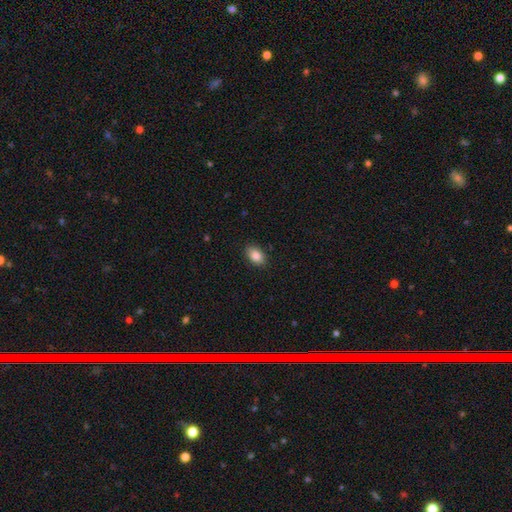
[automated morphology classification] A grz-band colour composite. It shows a smooth galaxy with no disk features (86%) that is in between round and cigar-shaped (88%). Merging: none (87%).